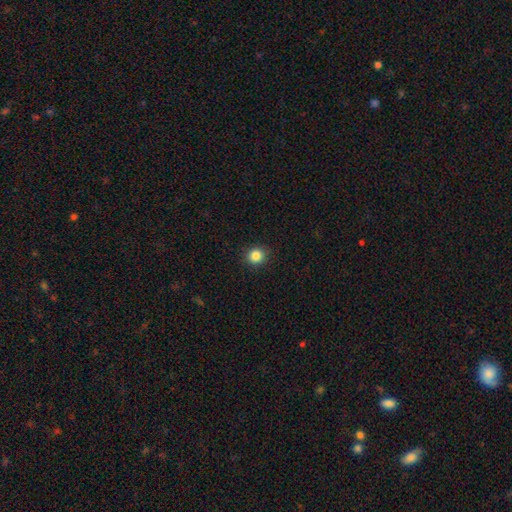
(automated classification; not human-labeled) Smooth or featured: smooth — 85% (star or artifact — 11%)
How rounded: round — 88% (in between — 12%)
Merging: none — 91% (minor disturbance — 6%)